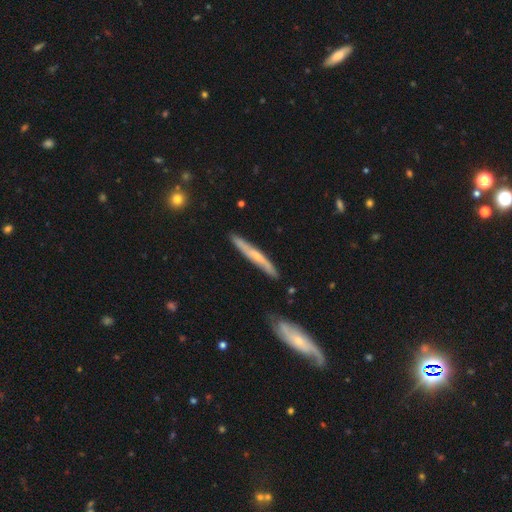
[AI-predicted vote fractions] A featured or disk galaxy (57%) viewed edge-on (80%). Merging: none (79%).